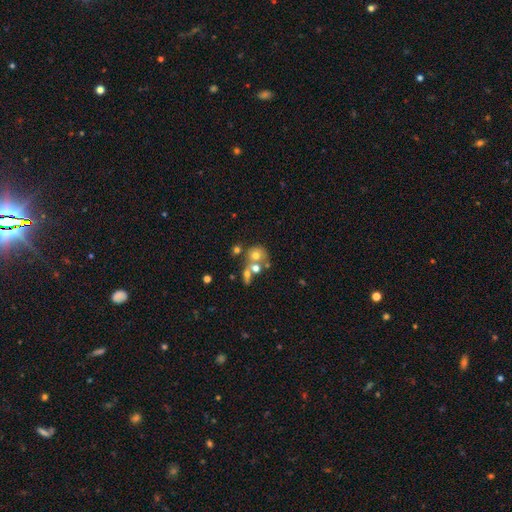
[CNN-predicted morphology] Q: Smooth or featured?
A: smooth (60%); runner-up: featured or disk (26%)
Q: How rounded?
A: round (78%); runner-up: in between (21%)
Q: Merging?
A: merger (48%); runner-up: none (35%)